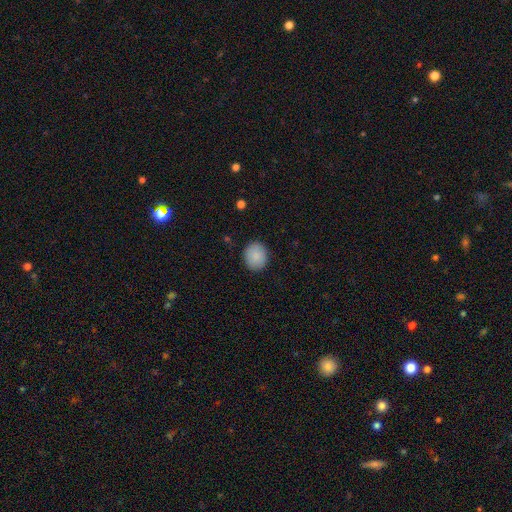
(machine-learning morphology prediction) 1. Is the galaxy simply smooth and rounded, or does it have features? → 89% smooth, 7% star or artifact, 4% featured or disk.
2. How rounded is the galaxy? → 71% round, 28% in between, 1% cigar-shaped.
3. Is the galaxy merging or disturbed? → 88% none, 8% minor disturbance, 2% major disturbance, 1% merger.